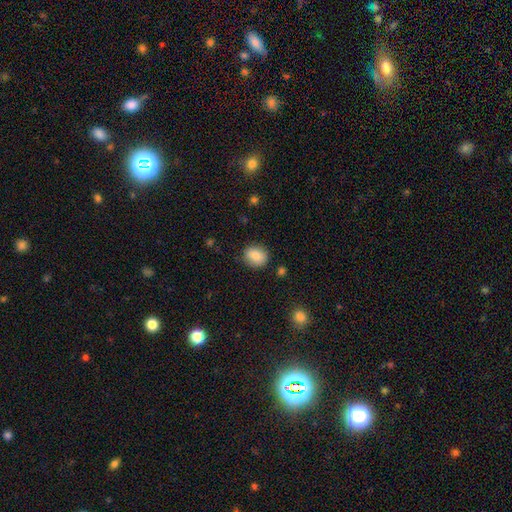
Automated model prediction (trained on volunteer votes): Smooth or featured? Predicted: smooth (p=0.85). How rounded? Predicted: round (p=0.62). Merging? Predicted: none (p=0.85).